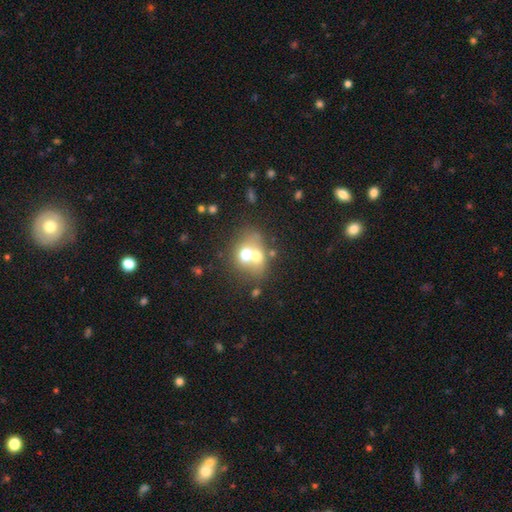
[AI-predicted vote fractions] This is possibly a smooth galaxy (59%). How rounded: possibly round (60%). Merging: possibly merger (56%).